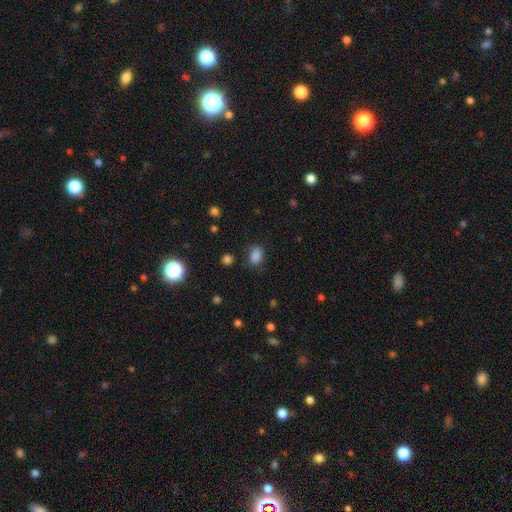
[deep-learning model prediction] A smooth galaxy with no disk features (83%) that is in between round and cigar-shaped (75%).

Vote fractions:
- Smooth or featured? smooth: 83% / star or artifact: 12% / featured or disk: 5%
- How rounded? in between: 75% / round: 24% / cigar-shaped: 1%
- Merging? none: 75% / minor disturbance: 17% / major disturbance: 6% / merger: 2%